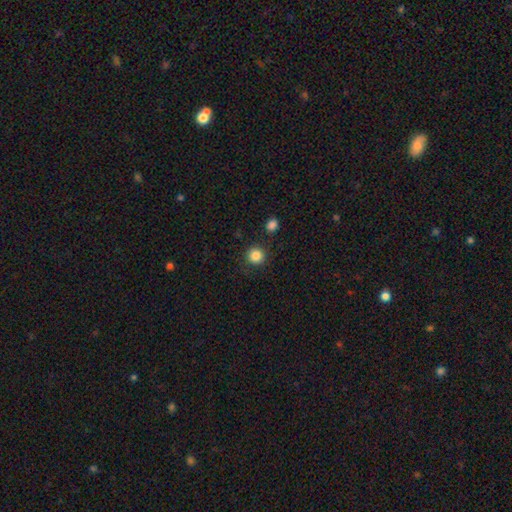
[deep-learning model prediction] Smooth or featured: smooth — 85% (star or artifact — 11%)
How rounded: round — 94% (in between — 5%)
Merging: none — 88% (minor disturbance — 7%)